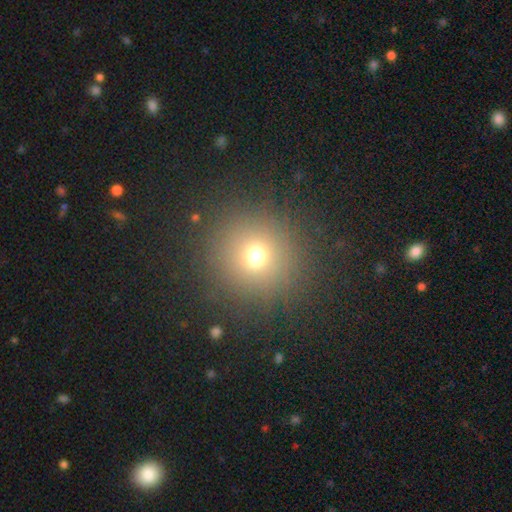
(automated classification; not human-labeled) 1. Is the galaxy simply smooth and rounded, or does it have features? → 68% smooth, 21% star or artifact, 11% featured or disk.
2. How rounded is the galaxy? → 93% round, 6% in between, 1% cigar-shaped.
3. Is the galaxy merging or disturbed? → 87% none, 7% minor disturbance, 4% major disturbance, 2% merger.